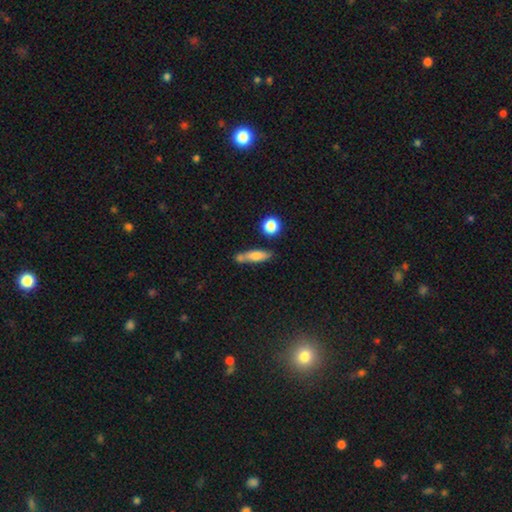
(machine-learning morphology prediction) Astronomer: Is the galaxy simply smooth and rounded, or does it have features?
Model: smooth — 72%.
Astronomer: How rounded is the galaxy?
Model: cigar-shaped — 60%.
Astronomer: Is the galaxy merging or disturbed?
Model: none — 56%.